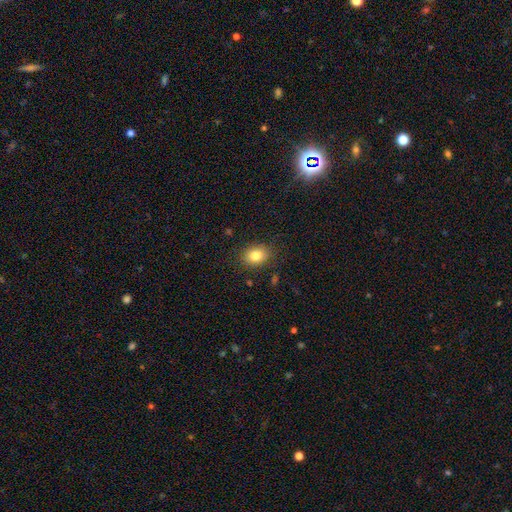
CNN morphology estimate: smooth_or_featured: smooth (p=0.83) [alt: star or artifact p=0.09]
how_rounded: in between (p=0.63) [alt: round p=0.36]
merging: none (p=0.84) [alt: minor disturbance p=0.11]